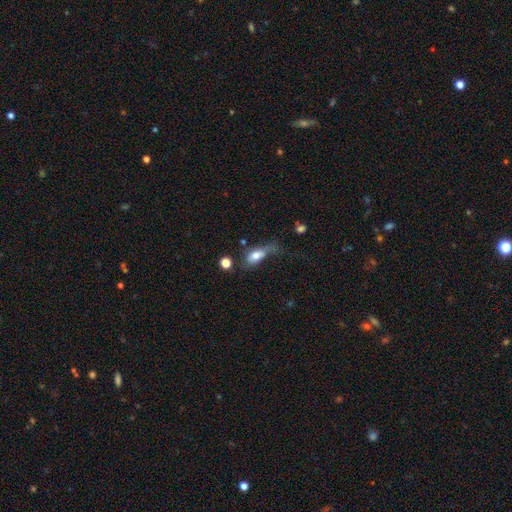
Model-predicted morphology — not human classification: This is likely a smooth galaxy (71%). How rounded: likely in between (78%). Merging: marginally major disturbance (41%).